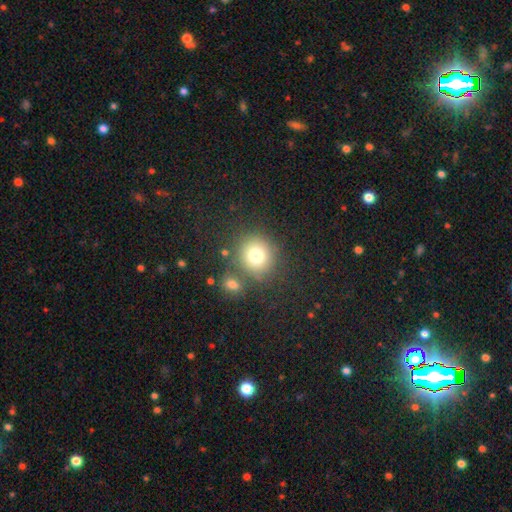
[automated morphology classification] smooth-or-featured: smooth: 77% | star or artifact: 13% | featured or disk: 11%
  how-rounded: round: 87% | in between: 12% | cigar-shaped: 1%
  merging: none: 73% | merger: 13% | minor disturbance: 9% | major disturbance: 5%